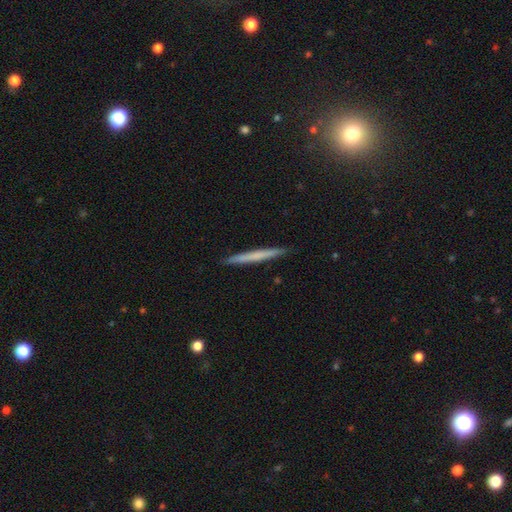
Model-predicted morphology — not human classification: type=smooth (55%); roundness=cigar-shaped (97%); merging=none (92%).